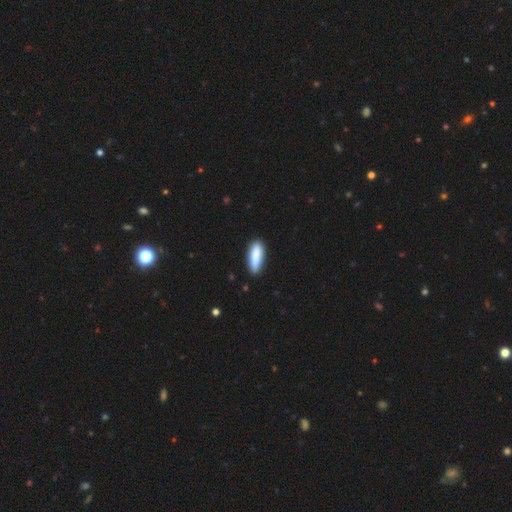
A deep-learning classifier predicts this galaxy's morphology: A smooth galaxy with no disk features (87%) that is in between round and cigar-shaped (51%). Merging: none (81%).